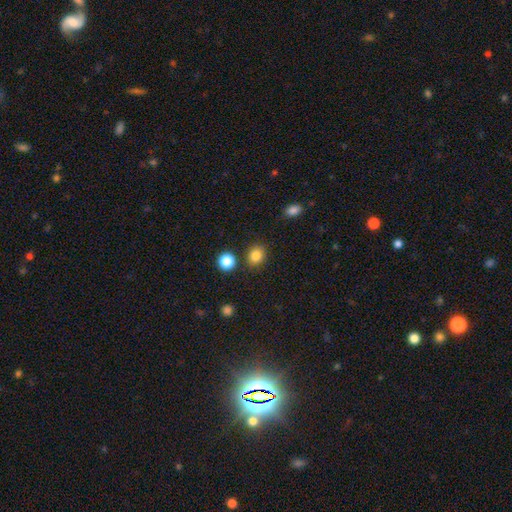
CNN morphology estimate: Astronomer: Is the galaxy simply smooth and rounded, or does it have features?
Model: smooth — 83%.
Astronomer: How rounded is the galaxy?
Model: round — 71%.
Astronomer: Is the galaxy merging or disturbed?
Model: none — 85%.